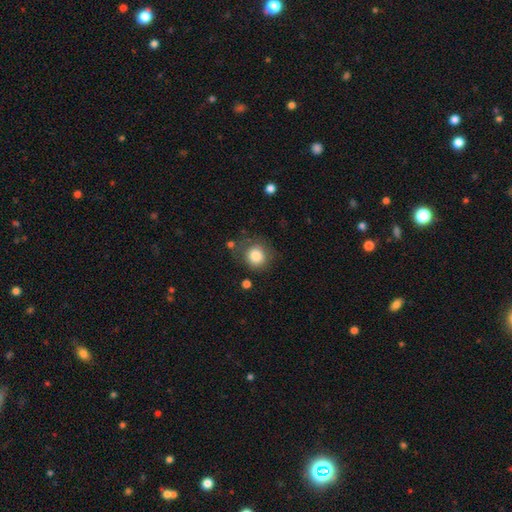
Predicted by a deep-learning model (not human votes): A smooth galaxy with no disk features (84%) that is round (85%). Merging: none (68%).